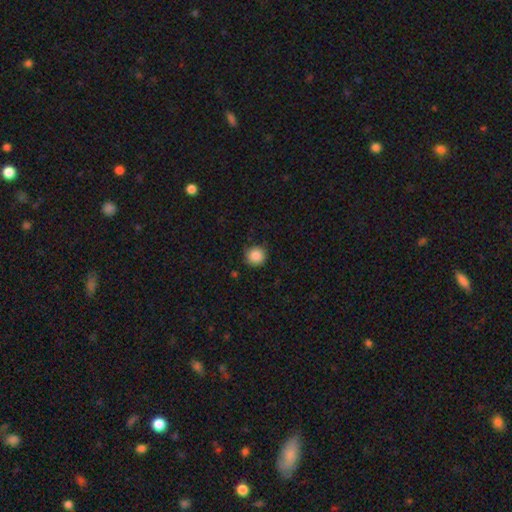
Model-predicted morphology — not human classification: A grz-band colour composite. It shows a smooth galaxy with no disk features (87%) that is round (92%). Merging: none (82%).